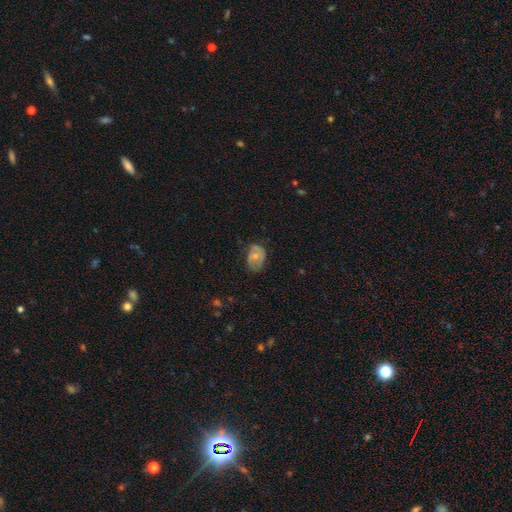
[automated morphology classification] A smooth galaxy with no disk features (48%). Merging: none (57%).